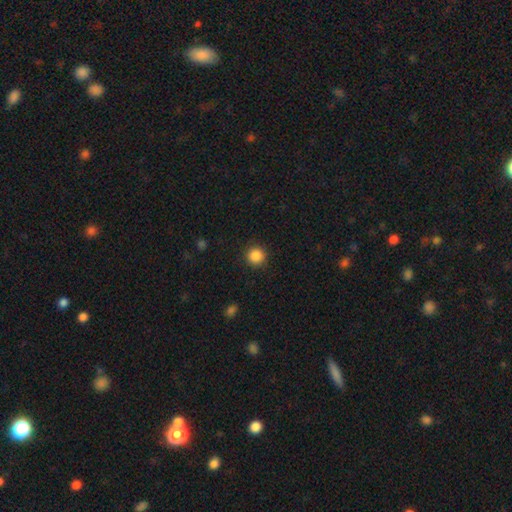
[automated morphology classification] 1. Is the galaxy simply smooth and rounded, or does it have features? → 87% smooth, 10% star or artifact, 3% featured or disk.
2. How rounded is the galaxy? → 94% round, 5% in between, 1% cigar-shaped.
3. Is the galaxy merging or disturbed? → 91% none, 6% minor disturbance, 2% major disturbance, 1% merger.